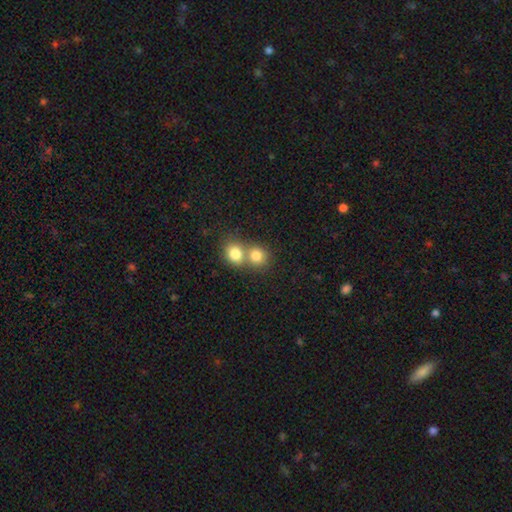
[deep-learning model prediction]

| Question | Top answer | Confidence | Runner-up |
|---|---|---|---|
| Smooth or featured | smooth | 80% | star or artifact (10%) |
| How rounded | round | 80% | in between (19%) |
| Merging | merger | 56% | none (36%) |